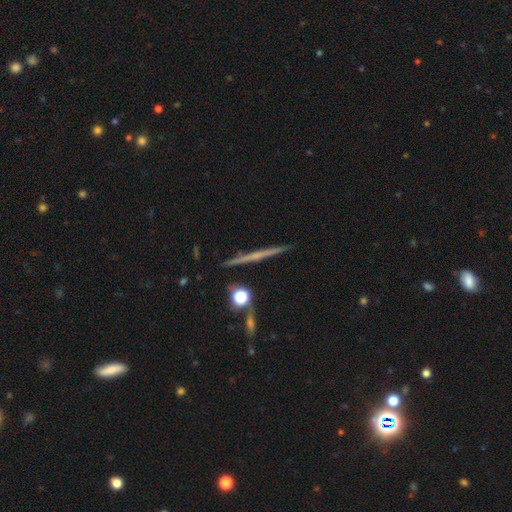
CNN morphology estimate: This is likely a featured or disk galaxy (66%). It is clearly viewed edge-on (98%). Edge-on bulge: likely none (69%). Merging: clearly none (90%).